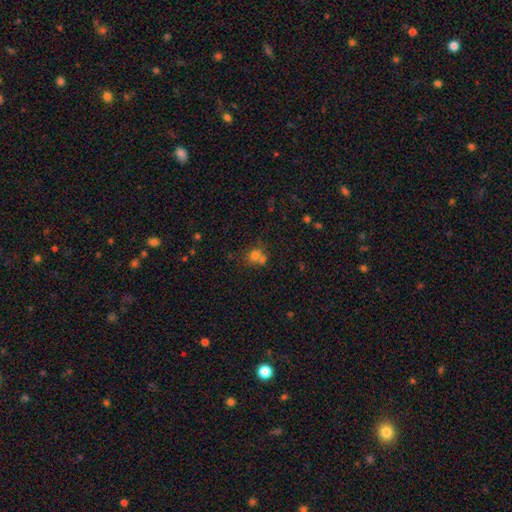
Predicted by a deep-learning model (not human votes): Smooth or featured? Predicted: smooth (p=0.71). How rounded? Predicted: round (p=0.78). Merging? Predicted: none (p=0.46).